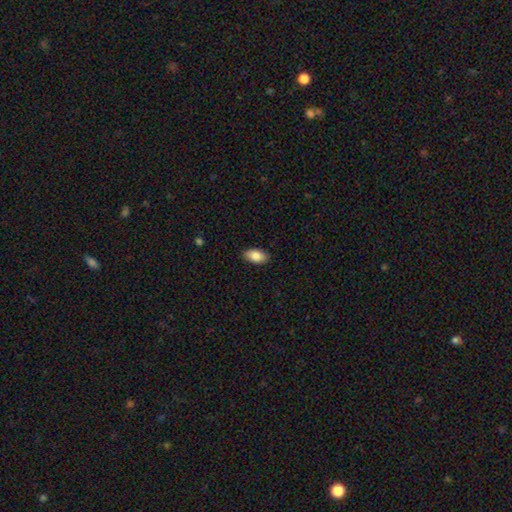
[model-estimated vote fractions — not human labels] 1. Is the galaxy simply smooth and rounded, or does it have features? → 86% smooth, 7% featured or disk, 7% star or artifact.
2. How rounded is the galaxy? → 94% in between, 4% round, 2% cigar-shaped.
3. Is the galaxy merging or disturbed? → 87% none, 10% minor disturbance, 2% major disturbance, 1% merger.